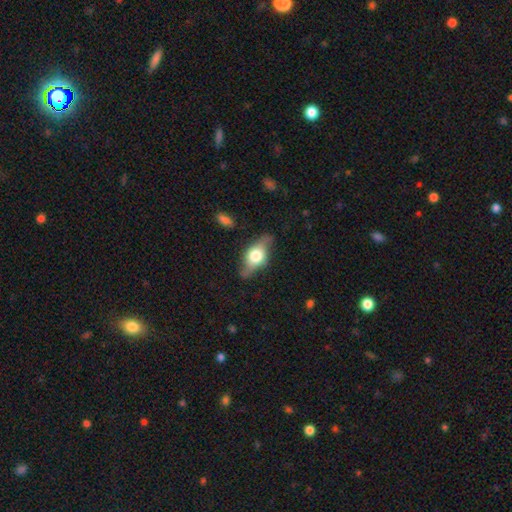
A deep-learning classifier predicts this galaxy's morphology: A featured or disk galaxy (55%) viewed edge-on (69%).

Vote fractions:
- Smooth or featured? featured or disk: 55% / smooth: 38% / star or artifact: 7%
- Edge-on disk? yes: 69% / no: 31%
- Merging? none: 71% / minor disturbance: 21% / major disturbance: 6% / merger: 2%